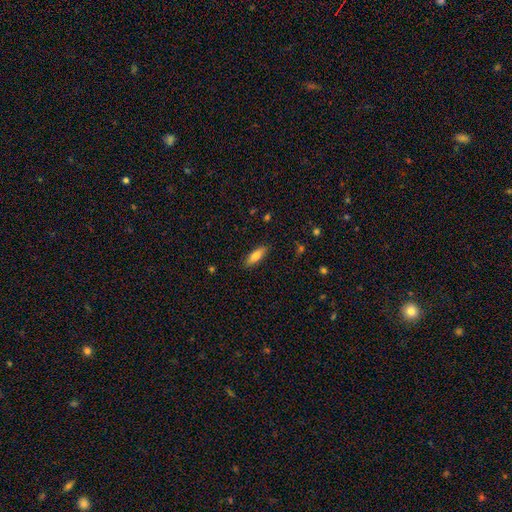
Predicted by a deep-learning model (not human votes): Overall: smooth (81%). How rounded: in between (62%; cigar-shaped 36%). Merging: none (87%).